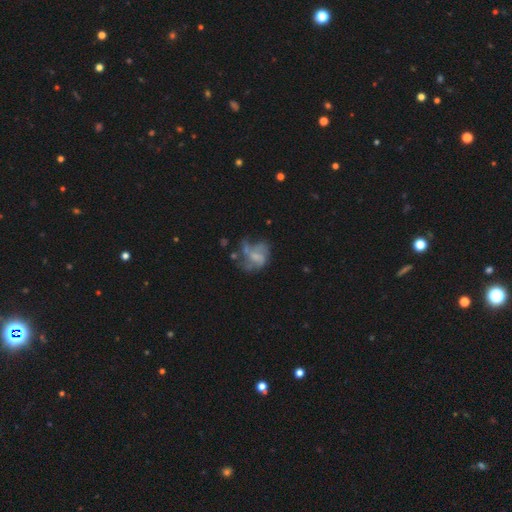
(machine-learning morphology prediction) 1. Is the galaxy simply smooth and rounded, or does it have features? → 58% featured or disk, 31% smooth, 11% star or artifact.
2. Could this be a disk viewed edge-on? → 98% no, 2% yes.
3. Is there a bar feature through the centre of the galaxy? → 62% no, 32% weak, 7% strong.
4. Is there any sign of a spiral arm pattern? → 54% yes, 46% no.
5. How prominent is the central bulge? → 36% none, 31% small, 27% moderate, 5% large, 1% dominant.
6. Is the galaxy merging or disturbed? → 37% major disturbance, 33% none, 21% minor disturbance, 10% merger.